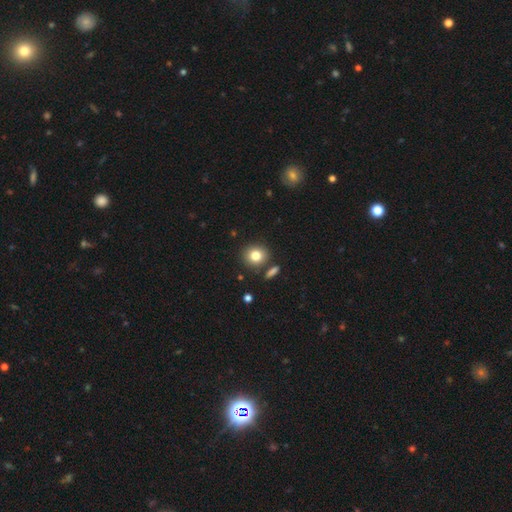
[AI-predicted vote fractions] Smooth or featured? Predicted: smooth (p=0.81). How rounded? Predicted: round (p=0.83). Merging? Predicted: none (p=0.81).